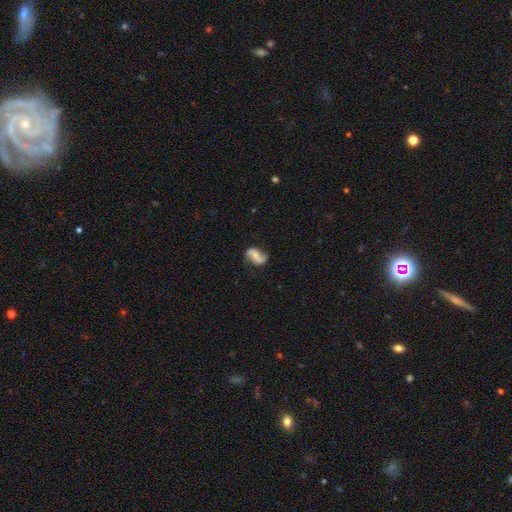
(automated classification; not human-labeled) This appears to be a featured or disk galaxy (76%) with a weak bar (36%), 2 (92%) loose (71%) spiral arms (93%) and a small central bulge (38%). Merging: none (74%).